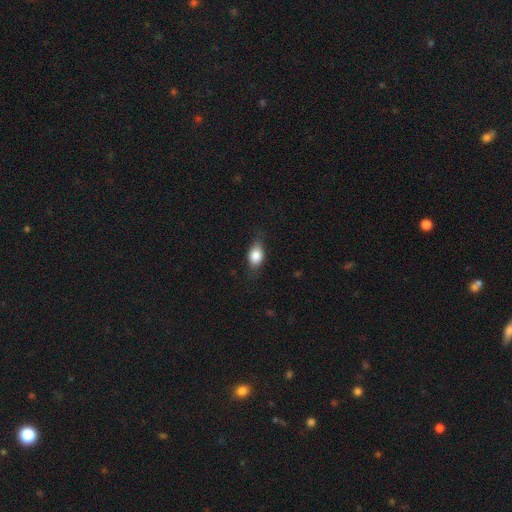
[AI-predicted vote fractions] smooth 78%, featured or disk 14%, star or artifact 8%. Down the decision tree: how rounded — in between (76%); merging — none (72%).